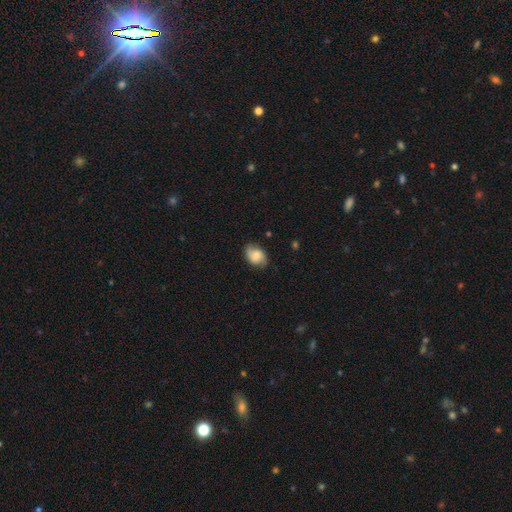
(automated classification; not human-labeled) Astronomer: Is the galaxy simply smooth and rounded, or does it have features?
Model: smooth — 59%.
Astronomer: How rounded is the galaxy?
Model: in between — 76%.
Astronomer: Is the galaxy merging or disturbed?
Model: none — 76%.